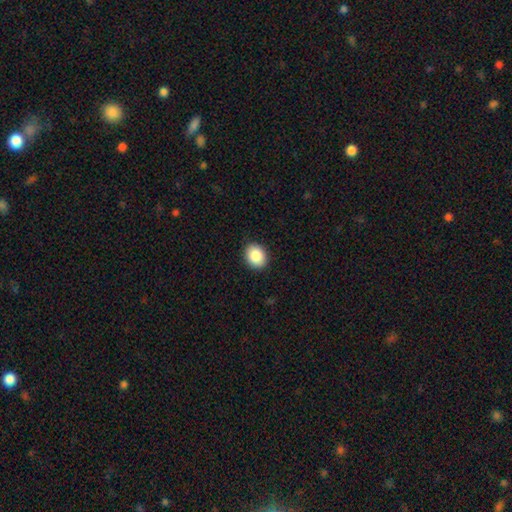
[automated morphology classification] A smooth galaxy with no disk features (88%) that is in between round and cigar-shaped (53%). Merging: none (90%).